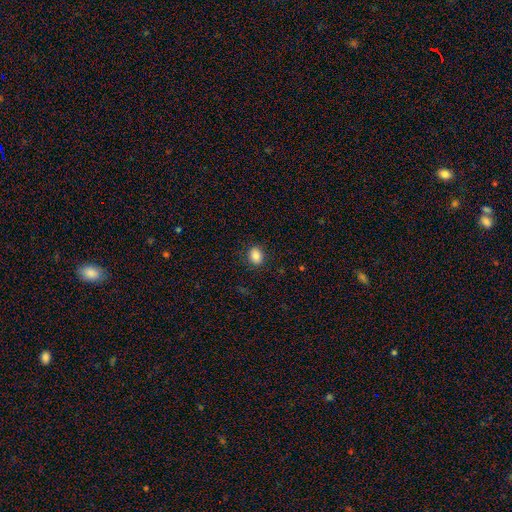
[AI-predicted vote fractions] A smooth galaxy with no disk features (85%) that is in between round and cigar-shaped (55%). Merging: none (87%).